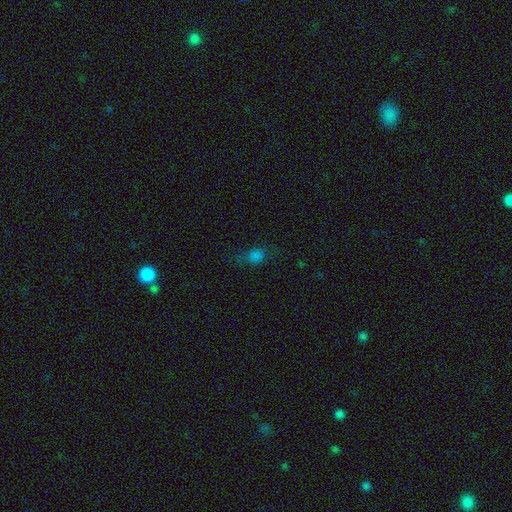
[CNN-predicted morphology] Smooth or featured?
  - smooth: 74% *
  - star or artifact: 20%
  - featured or disk: 6%
How rounded?
  - round: 49% *
  - in between: 48%
  - cigar-shaped: 3%
Merging?
  - none: 60% *
  - minor disturbance: 26%
  - major disturbance: 12%
  - merger: 2%